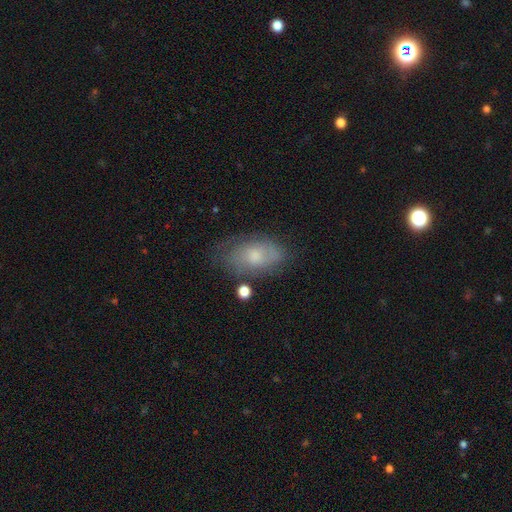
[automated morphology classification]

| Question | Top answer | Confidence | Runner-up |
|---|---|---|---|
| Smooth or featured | smooth | 49% | featured or disk (42%) |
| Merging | none | 60% | minor disturbance (26%) |